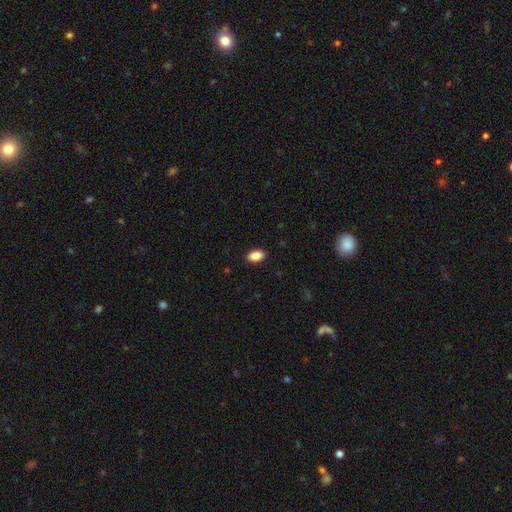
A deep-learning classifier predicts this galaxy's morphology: This appears to be a smooth galaxy with no disk features (88%) that is in between round and cigar-shaped (92%). Merging: none (90%).